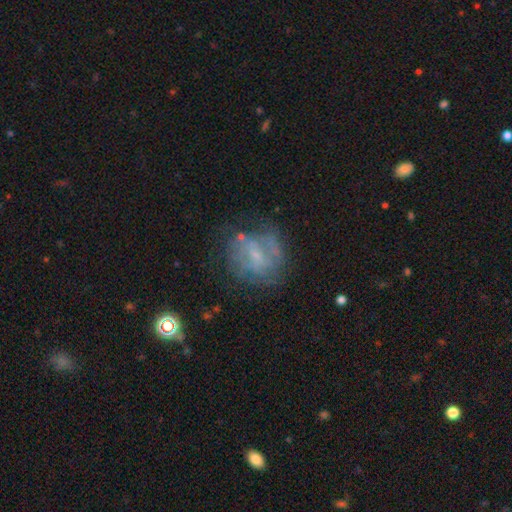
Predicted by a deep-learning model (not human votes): A featured or disk galaxy (63%) with no bar (46%), spiral arms (61%) and a small central bulge (60%).

Vote fractions:
- Smooth or featured? featured or disk: 63% / smooth: 26% / star or artifact: 11%
- Edge-on disk? no: 97% / yes: 3%
- Bar? no: 46% / weak: 44% / strong: 9%
- Spiral arms? yes: 61% / no: 39%
- Bulge size? small: 60% / moderate: 20% / none: 18% / large: 2% / dominant: 1%
- Merging? none: 58% / minor disturbance: 21% / major disturbance: 17% / merger: 3%